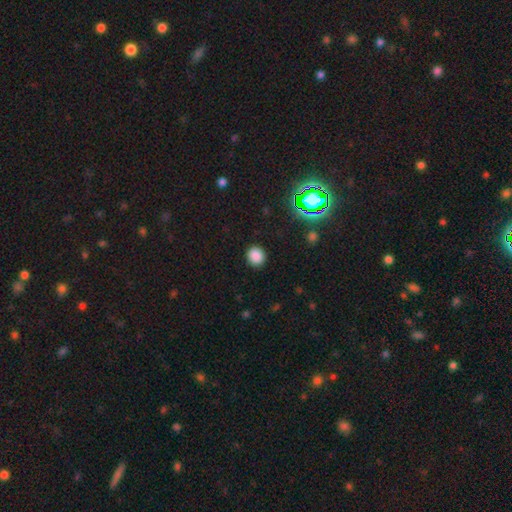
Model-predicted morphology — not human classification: Smooth or featured? Predicted: smooth (p=0.83). How rounded? Predicted: round (p=0.84). Merging? Predicted: none (p=0.90).